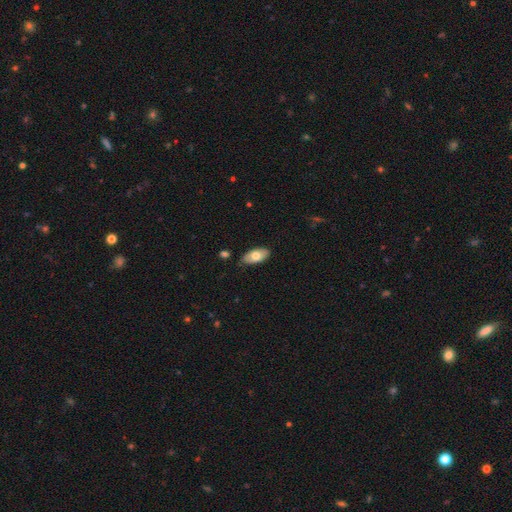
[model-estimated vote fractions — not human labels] This appears to be a smooth galaxy with no disk features (71%) that is in between round and cigar-shaped (93%). Merging: none (84%).